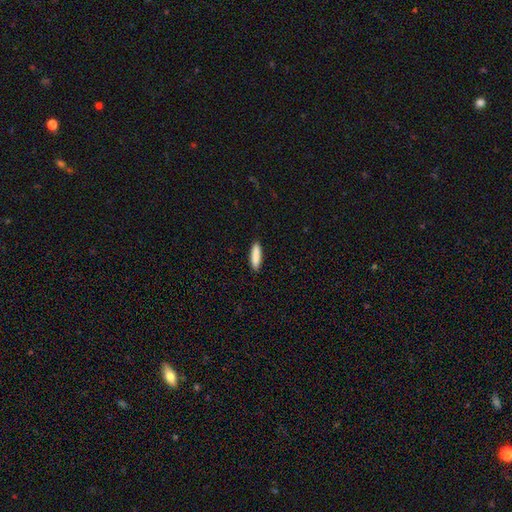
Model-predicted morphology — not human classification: Smooth or featured: smooth — 88% (featured or disk — 6%)
How rounded: cigar-shaped — 70% (in between — 29%)
Merging: none — 90% (minor disturbance — 7%)